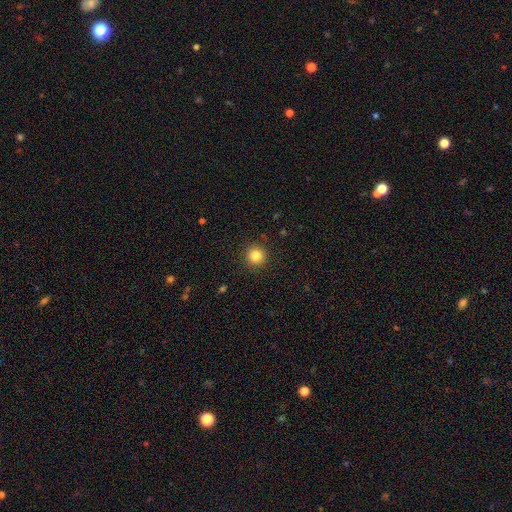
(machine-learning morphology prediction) smooth_or_featured: smooth (p=0.83) [alt: star or artifact p=0.12]
how_rounded: round (p=0.95) [alt: in between p=0.05]
merging: none (p=0.92) [alt: minor disturbance p=0.05]